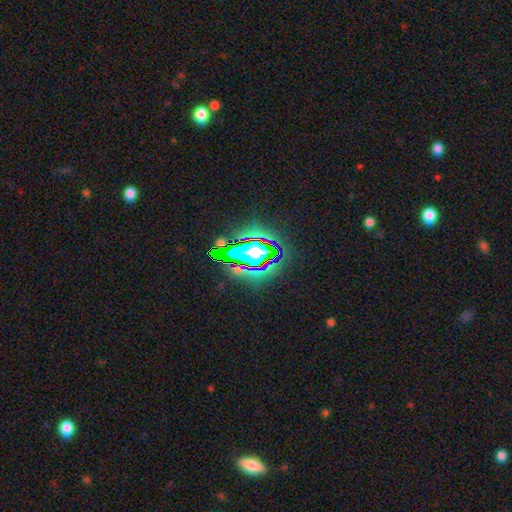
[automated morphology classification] A star or artifact, not a galaxy (74%).

Vote fractions:
- Smooth or featured? star or artifact: 74% / featured or disk: 14% / smooth: 12%